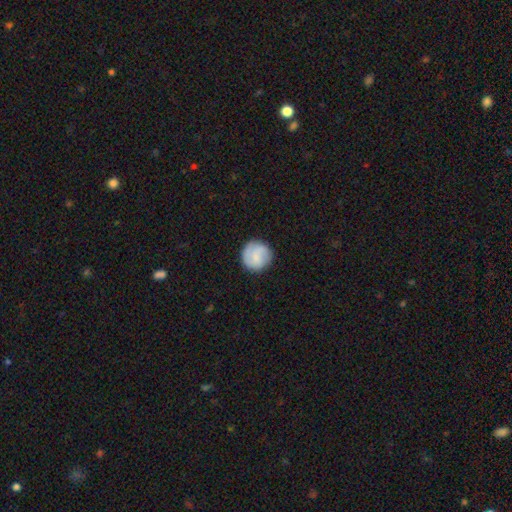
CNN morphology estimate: smooth_or_featured: smooth (p=0.72) [alt: featured or disk p=0.22]
how_rounded: round (p=0.95) [alt: in between p=0.04]
merging: none (p=0.85) [alt: minor disturbance p=0.10]